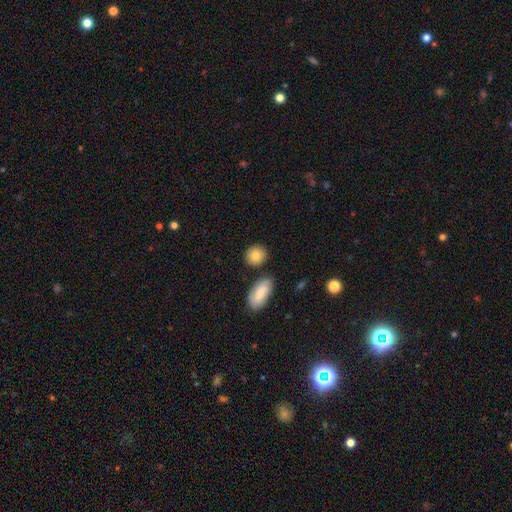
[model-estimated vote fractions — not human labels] This is clearly a smooth galaxy (83%). How rounded: likely round (75%). Merging: likely none (79%).